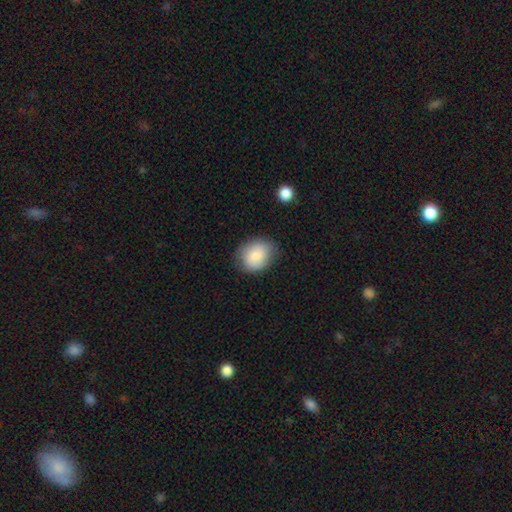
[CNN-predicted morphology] Smooth or featured? Predicted: smooth (p=0.84). How rounded? Predicted: in between (p=0.54). Merging? Predicted: none (p=0.77).